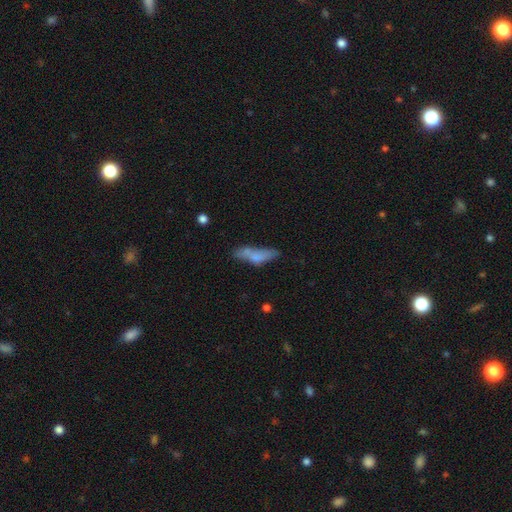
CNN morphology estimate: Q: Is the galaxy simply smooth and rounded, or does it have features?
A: smooth — 65%.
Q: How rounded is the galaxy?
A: cigar-shaped — 59%.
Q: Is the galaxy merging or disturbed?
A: none — 45%.